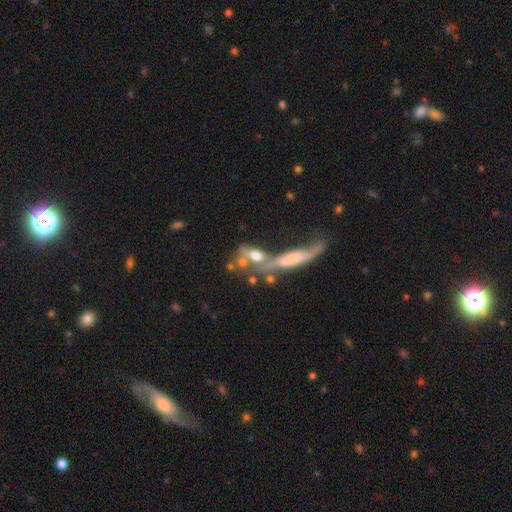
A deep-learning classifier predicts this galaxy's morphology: Overall: smooth (52%; featured or disk 36%). How rounded: in between (54%; cigar-shaped 33%). Merging: merger (48%; none 26%).